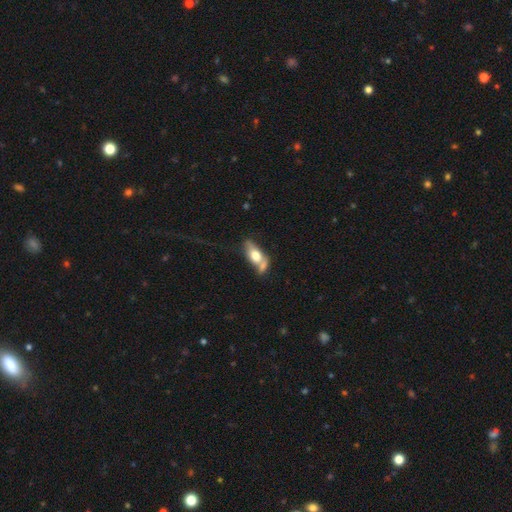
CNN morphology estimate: Smooth or featured? Predicted: smooth (p=0.56). How rounded? Predicted: in between (p=0.76). Merging? Predicted: none (p=0.39).